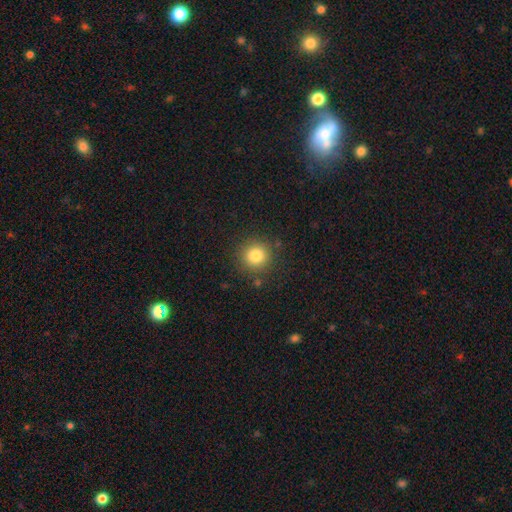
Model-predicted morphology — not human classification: Q: Smooth or featured?
A: smooth (82%); runner-up: star or artifact (11%)
Q: How rounded?
A: round (93%); runner-up: in between (6%)
Q: Merging?
A: none (87%); runner-up: minor disturbance (8%)